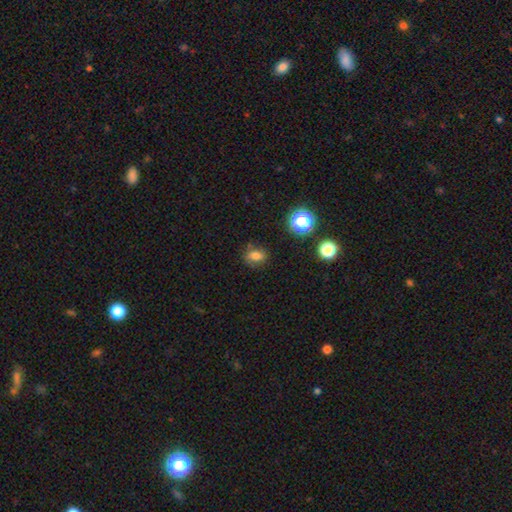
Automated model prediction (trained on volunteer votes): Q: Smooth or featured?
A: smooth (65%); runner-up: star or artifact (18%)
Q: How rounded?
A: in between (58%); runner-up: round (40%)
Q: Merging?
A: none (69%); runner-up: minor disturbance (21%)